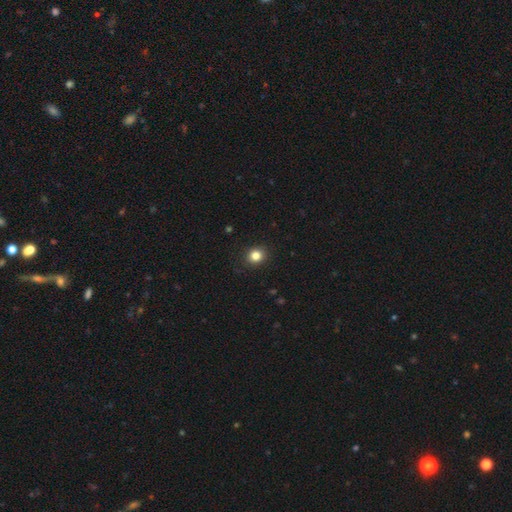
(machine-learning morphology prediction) Smooth or featured? smooth (83%)
How rounded? round (80%)
Merging? none (91%)